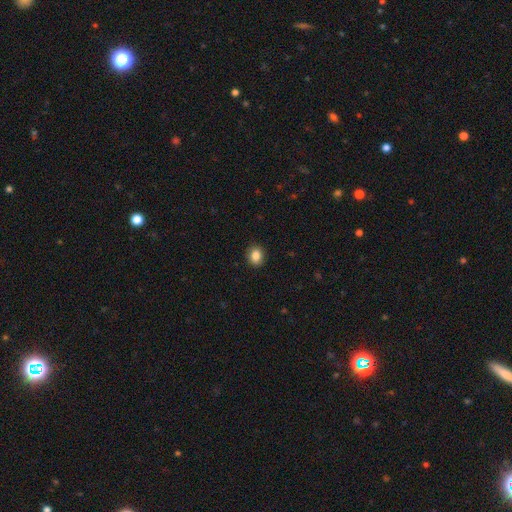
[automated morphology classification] This is clearly a smooth galaxy (86%). How rounded: likely round (63%). Merging: clearly none (90%).